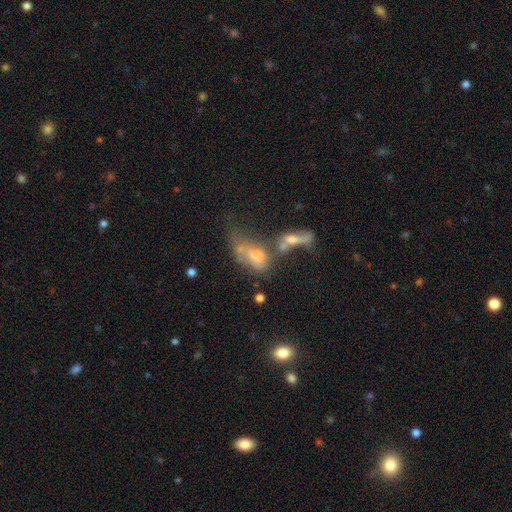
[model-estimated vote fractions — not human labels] A smooth galaxy with no disk features (50%).

Vote fractions:
- Smooth or featured? smooth: 50% / featured or disk: 36% / star or artifact: 14%
- Merging? merger: 51% / major disturbance: 22% / none: 15% / minor disturbance: 12%